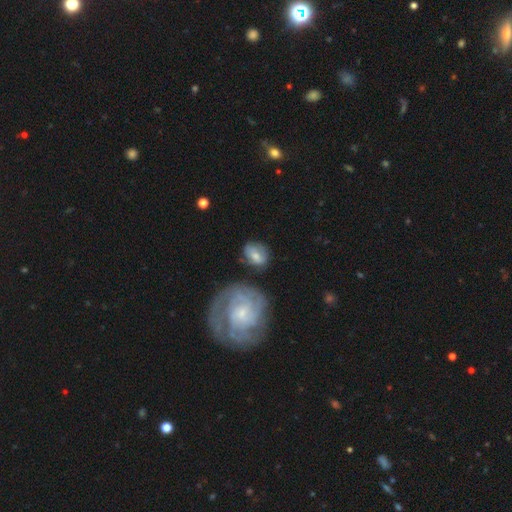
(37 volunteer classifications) A smooth galaxy with no disk features (49%) that is in between round and cigar-shaped (67%). Merging: none (63%).